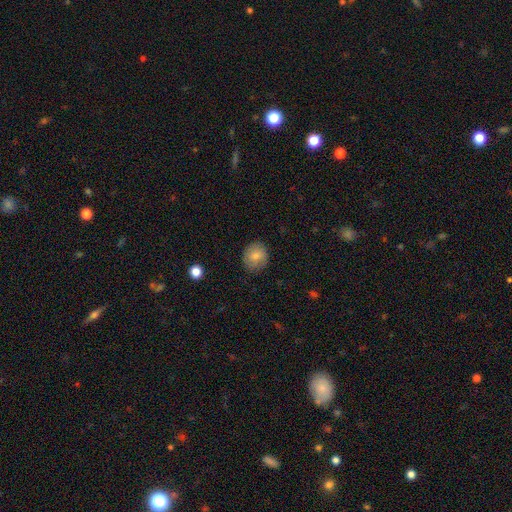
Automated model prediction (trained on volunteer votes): smooth_or_featured: smooth (p=0.75) [alt: featured or disk p=0.17]
how_rounded: round (p=0.77) [alt: in between p=0.23]
merging: none (p=0.81) [alt: minor disturbance p=0.14]